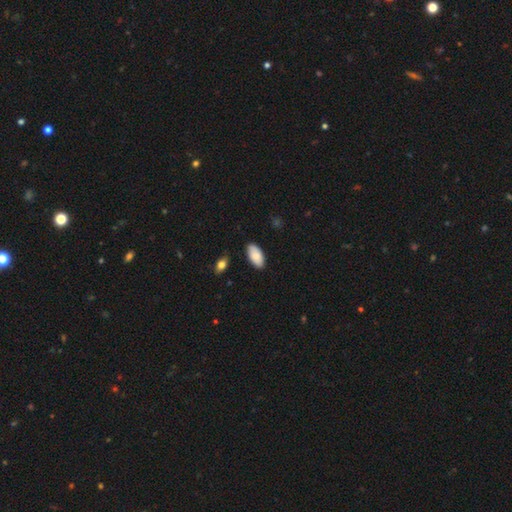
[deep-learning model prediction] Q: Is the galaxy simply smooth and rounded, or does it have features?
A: smooth — 86%.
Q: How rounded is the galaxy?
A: in between — 95%.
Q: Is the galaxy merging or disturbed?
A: none — 85%.